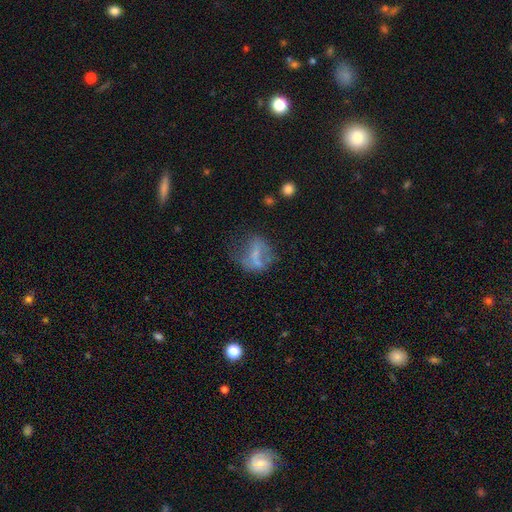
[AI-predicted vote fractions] Smooth or featured?
  - smooth: 44% *
  - featured or disk: 42%
  - star or artifact: 14%
Merging?
  - none: 38% *
  - major disturbance: 29%
  - minor disturbance: 23%
  - merger: 10%